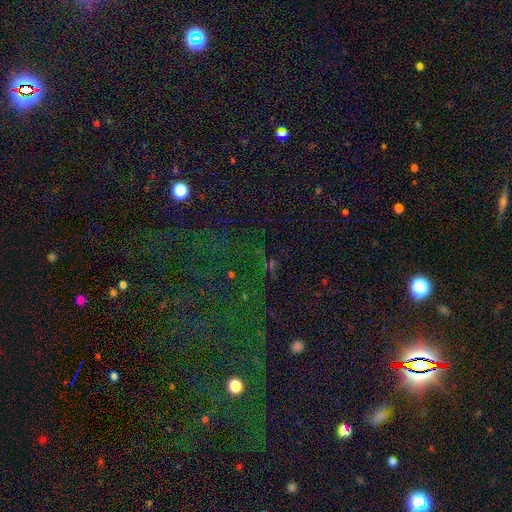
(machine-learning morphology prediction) The model was most divided on "smooth or featured": star or artifact: 79%, smooth: 13%, featured or disk: 8%.